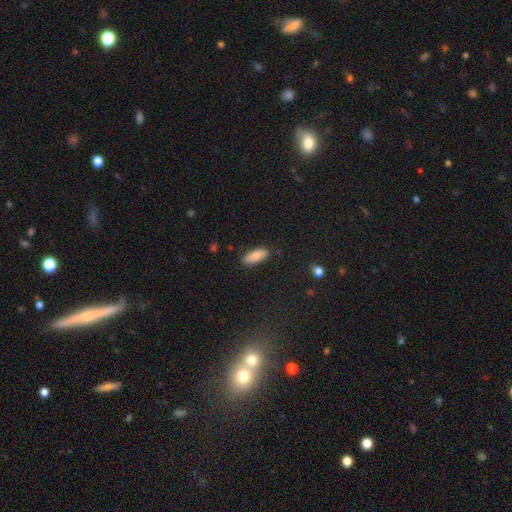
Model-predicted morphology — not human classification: smooth-or-featured: smooth: 87% | featured or disk: 7% | star or artifact: 7%
  how-rounded: in between: 76% | cigar-shaped: 22% | round: 2%
  merging: none: 87% | minor disturbance: 9% | major disturbance: 2% | merger: 1%